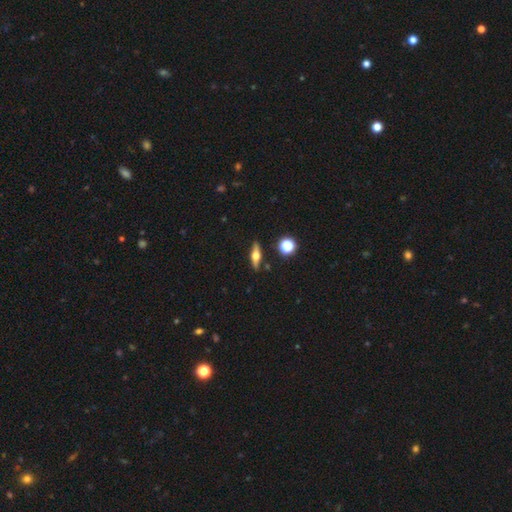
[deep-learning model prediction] smooth-or-featured: featured or disk: 55% | smooth: 37% | star or artifact: 8%
  disk-edge-on: yes: 92% | no: 8%
    edge-on-bulge: rounded: 95% | boxy: 3% | none: 2%
  merging: none: 87% | minor disturbance: 8% | merger: 3% | major disturbance: 2%